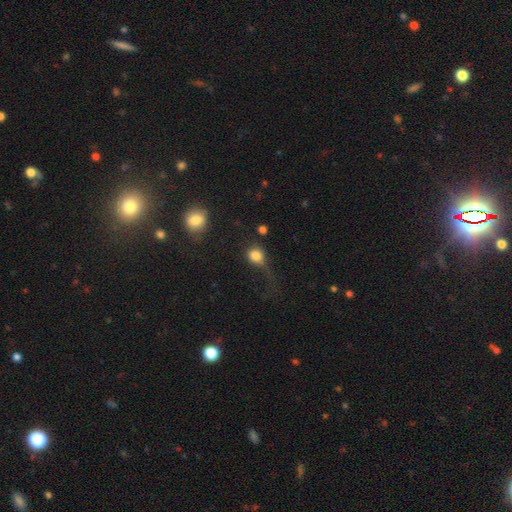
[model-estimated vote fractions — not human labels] A smooth galaxy with no disk features (77%) that is round (74%).

Vote fractions:
- Smooth or featured? smooth: 77% / featured or disk: 12% / star or artifact: 11%
- How rounded? round: 74% / in between: 24% / cigar-shaped: 2%
- Merging? none: 36% / major disturbance: 35% / minor disturbance: 24% / merger: 6%